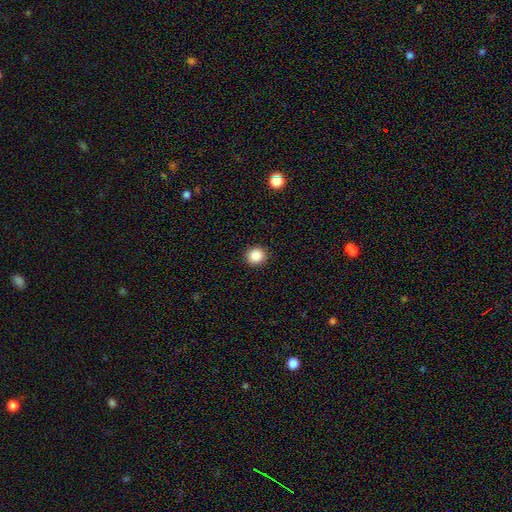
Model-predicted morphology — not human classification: A smooth galaxy with no disk features (87%) that is round (91%). Merging: none (93%).